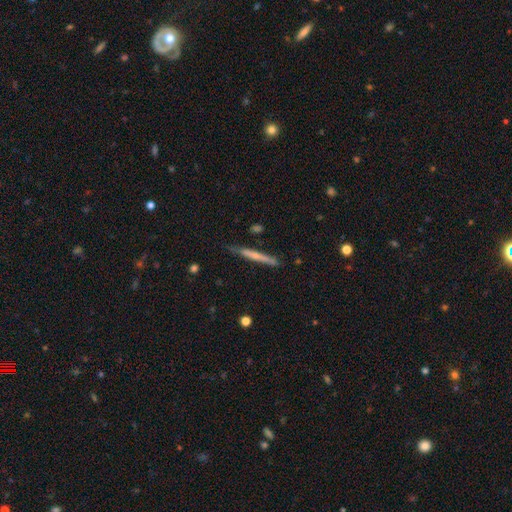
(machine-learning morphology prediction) A smooth galaxy with no disk features (50%). Merging: none (80%).